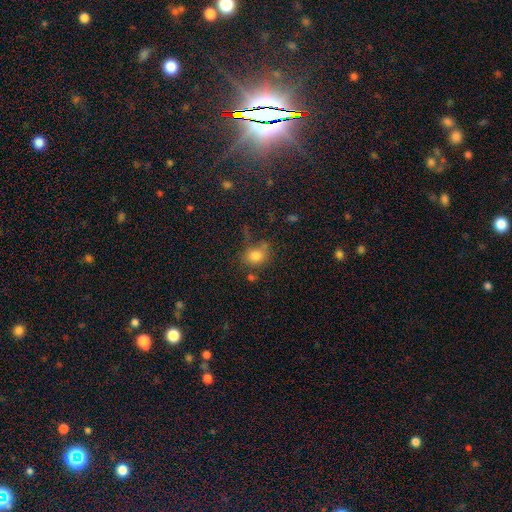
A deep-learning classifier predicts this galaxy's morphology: Smooth or featured: smooth — 79% (star or artifact — 12%)
How rounded: in between — 51% (round — 47%)
Merging: none — 52% (minor disturbance — 22%)